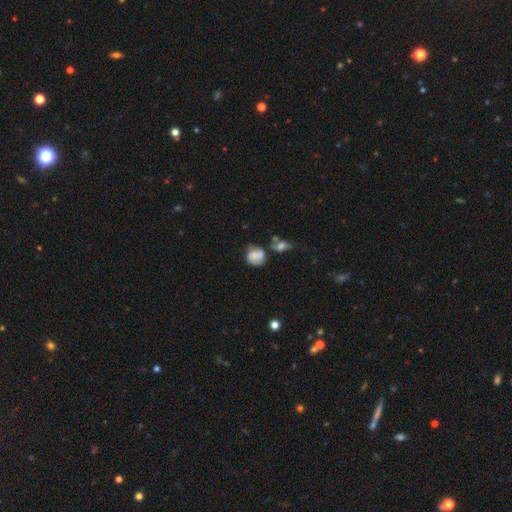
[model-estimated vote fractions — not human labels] A smooth galaxy with no disk features (62%) that is round (66%).

Vote fractions:
- Smooth or featured? smooth: 62% / featured or disk: 29% / star or artifact: 9%
- How rounded? round: 66% / in between: 33% / cigar-shaped: 1%
- Merging? none: 39% / merger: 25% / minor disturbance: 23% / major disturbance: 12%